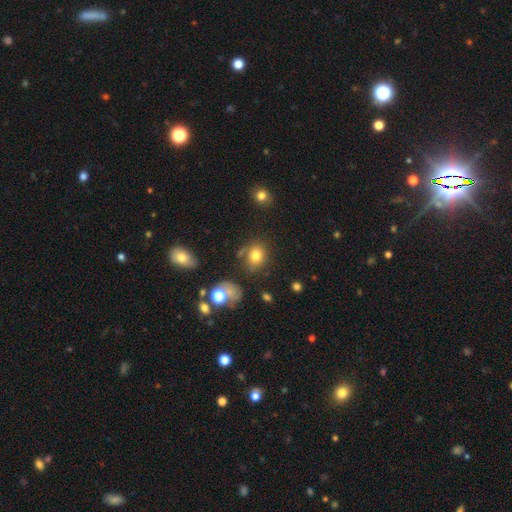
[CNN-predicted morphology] This is likely a smooth galaxy (75%). How rounded: likely round (70%). Merging: likely none (67%).